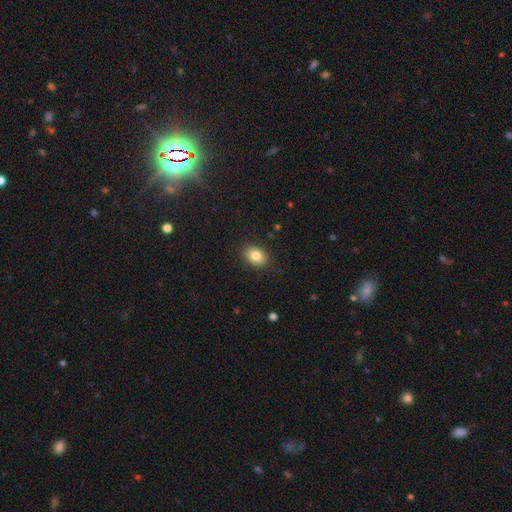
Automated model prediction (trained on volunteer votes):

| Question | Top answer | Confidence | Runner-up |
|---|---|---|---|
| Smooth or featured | smooth | 84% | star or artifact (9%) |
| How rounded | in between | 71% | round (28%) |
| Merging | none | 87% | minor disturbance (9%) |